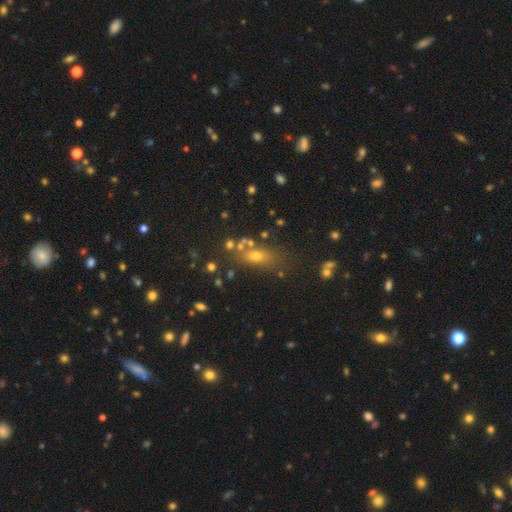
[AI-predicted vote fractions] A smooth galaxy with no disk features (60%) that is in between round and cigar-shaped (65%).

Vote fractions:
- Smooth or featured? smooth: 60% / star or artifact: 24% / featured or disk: 16%
- How rounded? in between: 65% / round: 20% / cigar-shaped: 15%
- Merging? none: 66% / minor disturbance: 15% / merger: 13% / major disturbance: 7%